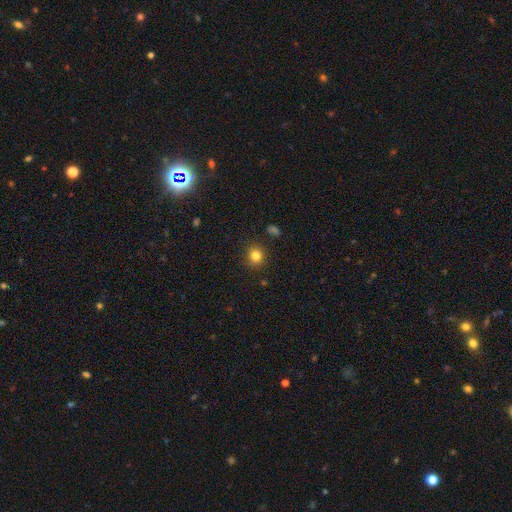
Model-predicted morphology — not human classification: smooth_or_featured: smooth (p=0.82) [alt: star or artifact p=0.12]
how_rounded: round (p=0.84) [alt: in between p=0.15]
merging: none (p=0.88) [alt: minor disturbance p=0.08]